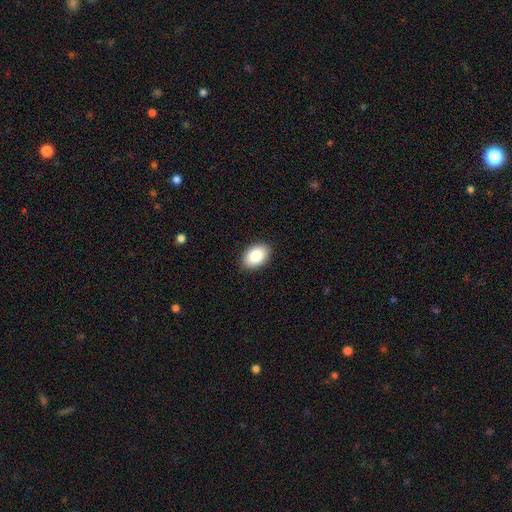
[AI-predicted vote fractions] smooth-or-featured: smooth: 86% | star or artifact: 7% | featured or disk: 7%
  how-rounded: in between: 87% | round: 12% | cigar-shaped: 1%
  merging: none: 89% | minor disturbance: 9% | major disturbance: 2% | merger: 1%